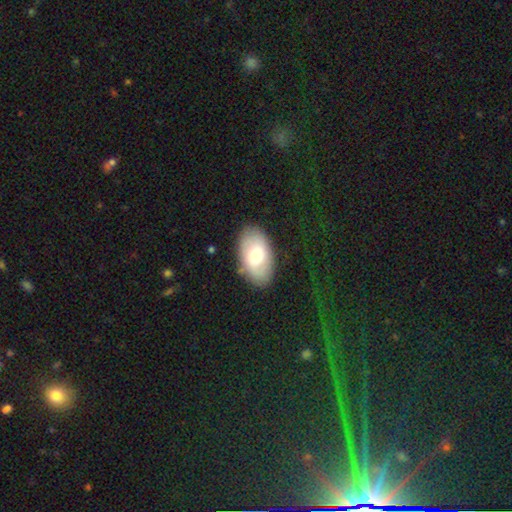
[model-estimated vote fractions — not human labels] Morphology: type=smooth (65%); roundness=in between (93%); merging=none (84%).